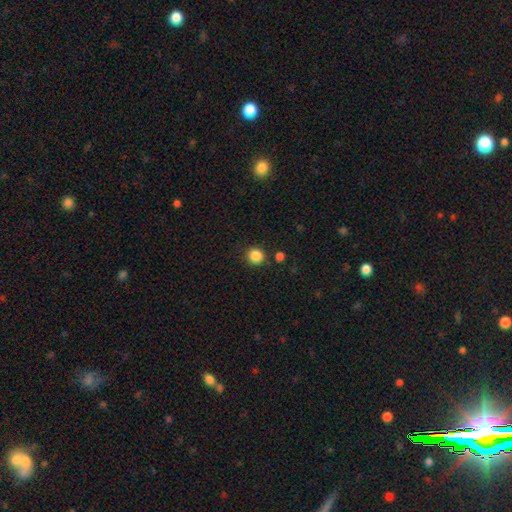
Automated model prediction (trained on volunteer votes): Overall: smooth (86%). How rounded: round (90%). Merging: none (85%).